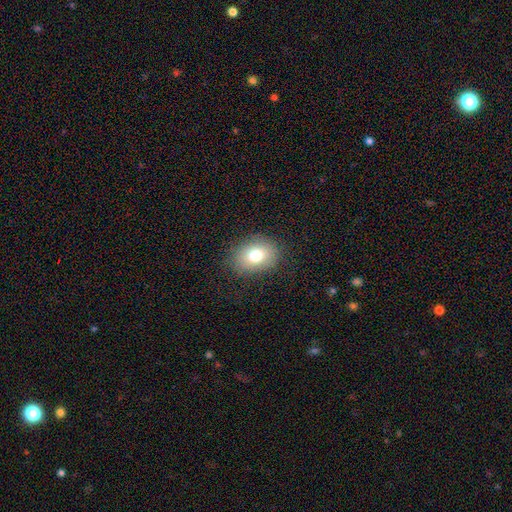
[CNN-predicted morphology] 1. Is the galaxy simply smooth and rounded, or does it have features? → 76% smooth, 13% featured or disk, 11% star or artifact.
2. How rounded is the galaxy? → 64% in between, 35% round, 1% cigar-shaped.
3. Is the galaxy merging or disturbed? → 84% none, 11% minor disturbance, 4% major disturbance, 1% merger.